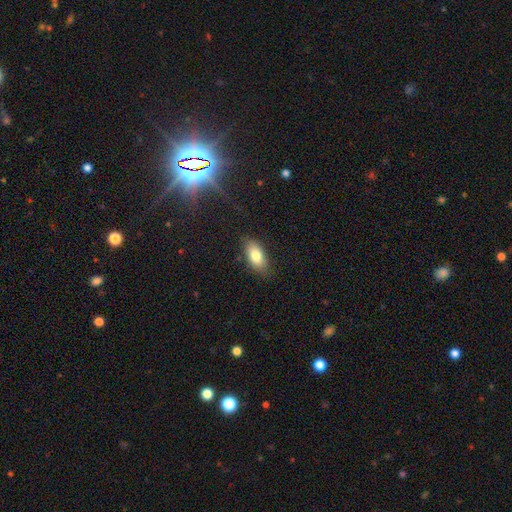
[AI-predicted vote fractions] Morphology: type=smooth (80%); roundness=in between (89%); merging=none (81%).